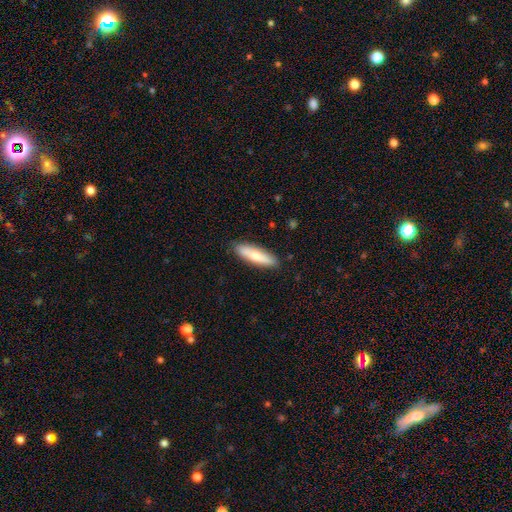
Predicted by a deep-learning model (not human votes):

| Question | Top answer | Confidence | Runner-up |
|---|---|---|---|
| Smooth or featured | smooth | 74% | featured or disk (21%) |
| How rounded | cigar-shaped | 70% | in between (29%) |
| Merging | none | 87% | minor disturbance (10%) |